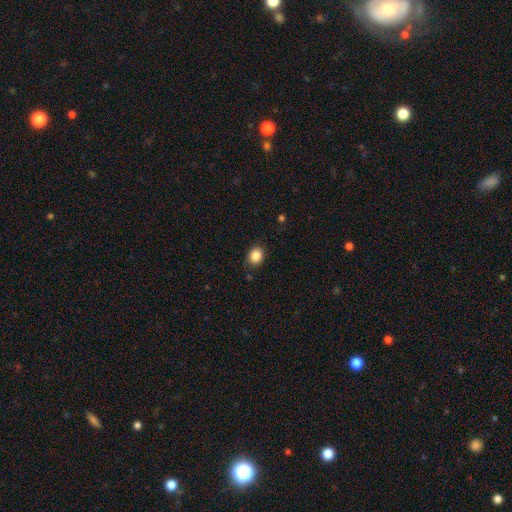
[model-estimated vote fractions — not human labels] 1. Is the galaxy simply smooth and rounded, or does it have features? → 86% smooth, 10% star or artifact, 4% featured or disk.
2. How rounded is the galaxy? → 61% round, 38% in between, 1% cigar-shaped.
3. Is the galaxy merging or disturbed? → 85% none, 11% minor disturbance, 2% major disturbance, 1% merger.